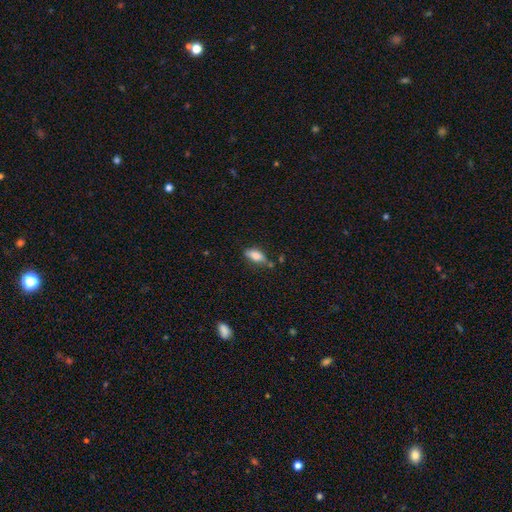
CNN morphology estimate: The model was most divided on "merging": none: 61%, minor disturbance: 25%, merger: 9%, major disturbance: 6%. More confident: smooth or featured — smooth (81%); how rounded — in between (81%).